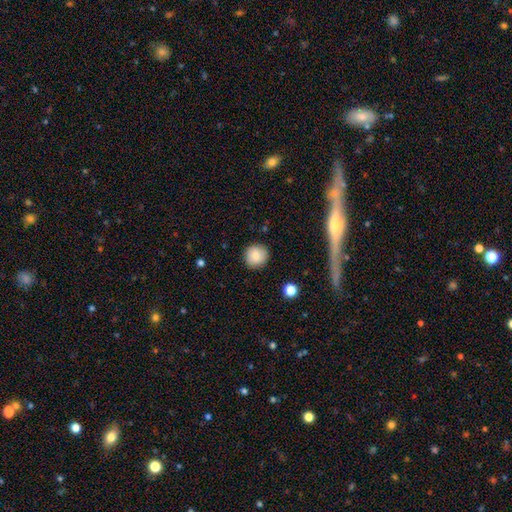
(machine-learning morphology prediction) type=smooth (83%); roundness=round (93%); merging=none (89%).